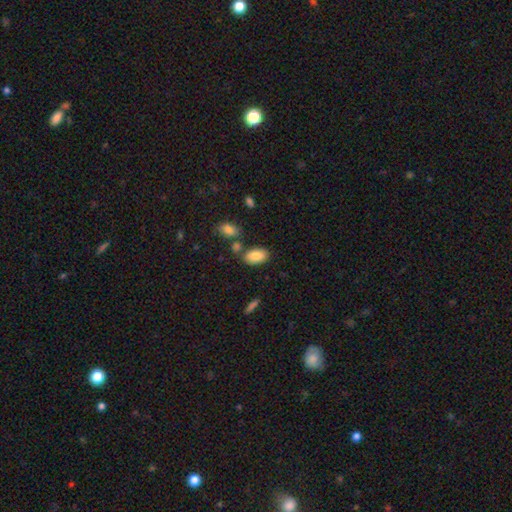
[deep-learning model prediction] smooth_or_featured: smooth (p=0.86) [alt: featured or disk p=0.07]
how_rounded: in between (p=0.94) [alt: round p=0.04]
merging: none (p=0.75) [alt: minor disturbance p=0.12]